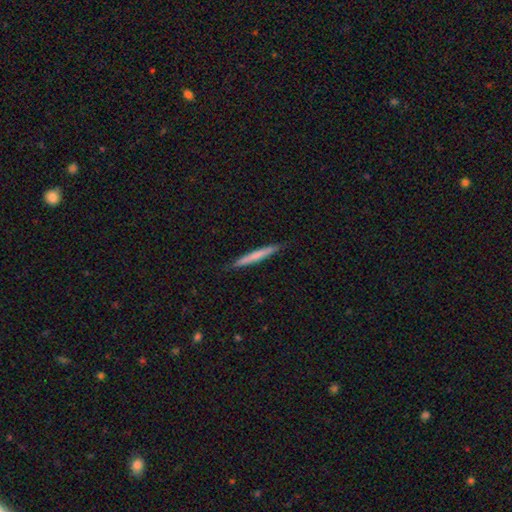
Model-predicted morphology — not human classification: Smooth or featured? Predicted: smooth (p=0.64). How rounded? Predicted: cigar-shaped (p=0.97). Merging? Predicted: none (p=0.89).